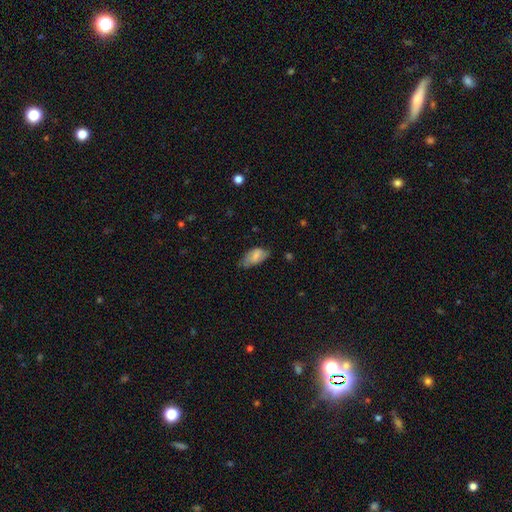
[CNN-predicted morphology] type=smooth (74%); roundness=in between (92%); merging=none (51%).